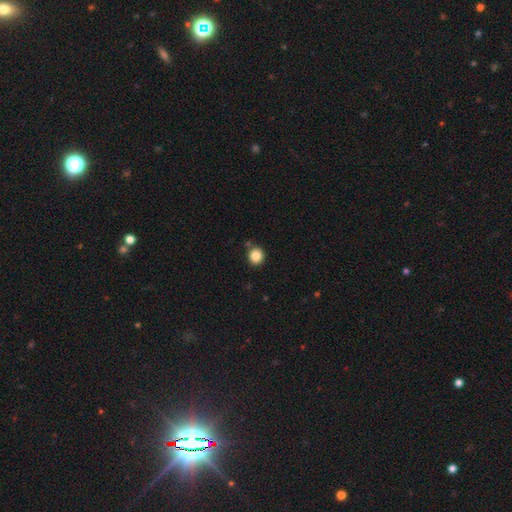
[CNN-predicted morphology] smooth_or_featured: smooth (p=0.85) [alt: star or artifact p=0.11]
how_rounded: round (p=0.90) [alt: in between p=0.09]
merging: none (p=0.83) [alt: minor disturbance p=0.09]